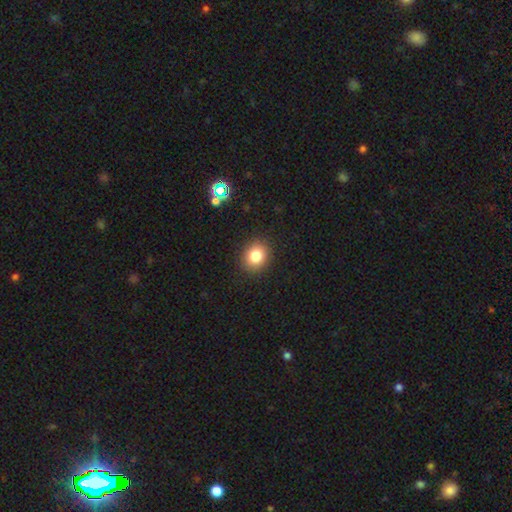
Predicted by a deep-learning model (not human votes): This is clearly a smooth galaxy (81%). How rounded: likely round (66%). Merging: clearly none (90%).